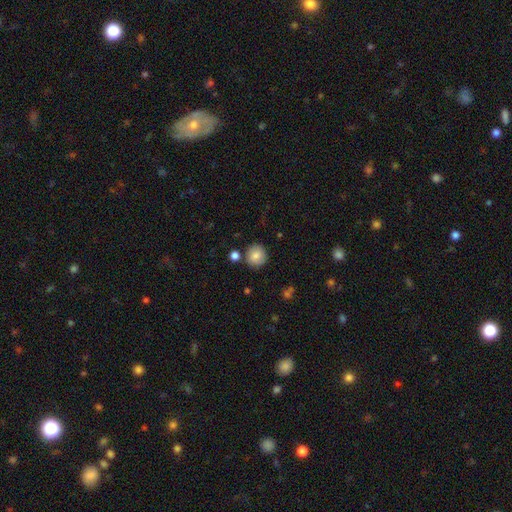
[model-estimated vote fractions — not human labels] smooth 83%, featured or disk 9%, star or artifact 8%. Down the decision tree: how rounded — round (90%); merging — none (82%).